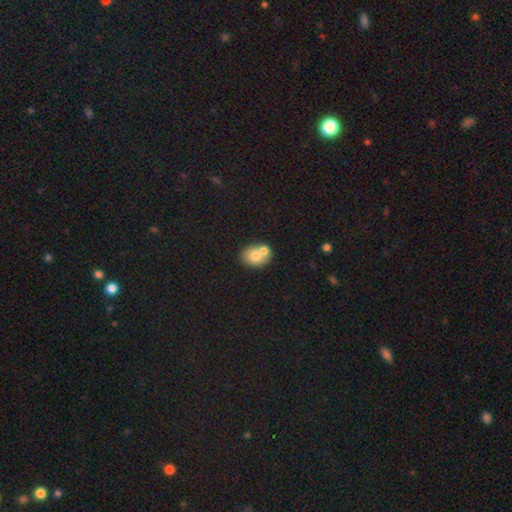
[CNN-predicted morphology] A smooth galaxy with no disk features (71%) that is round (56%).

Vote fractions:
- Smooth or featured? smooth: 71% / featured or disk: 20% / star or artifact: 9%
- How rounded? round: 56% / in between: 43% / cigar-shaped: 1%
- Merging? merger: 47% / none: 42% / minor disturbance: 9% / major disturbance: 3%